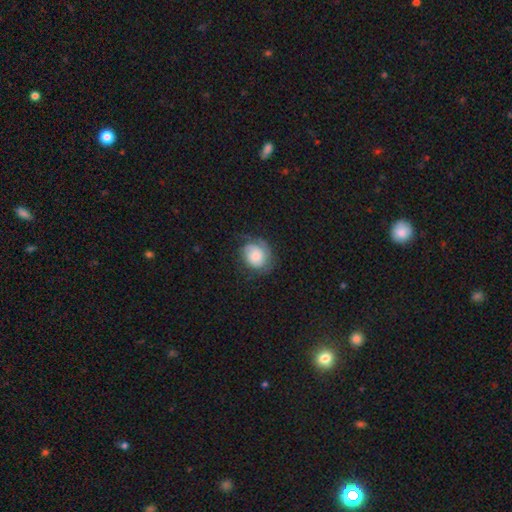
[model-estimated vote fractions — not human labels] Smooth or featured? smooth (53%)
How rounded? round (66%)
Merging? none (61%)